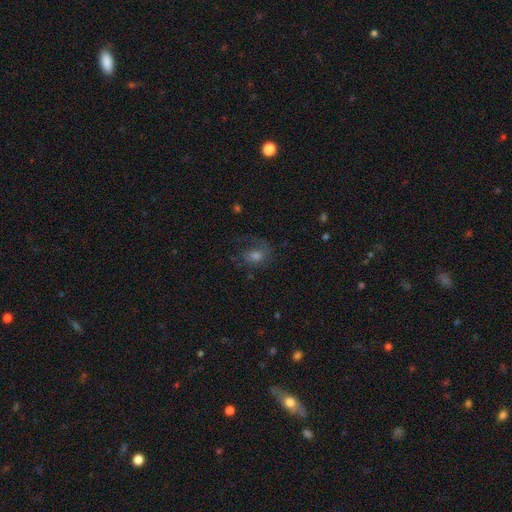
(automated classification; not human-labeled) This appears to be a featured or disk galaxy (44%). Merging: none (53%).